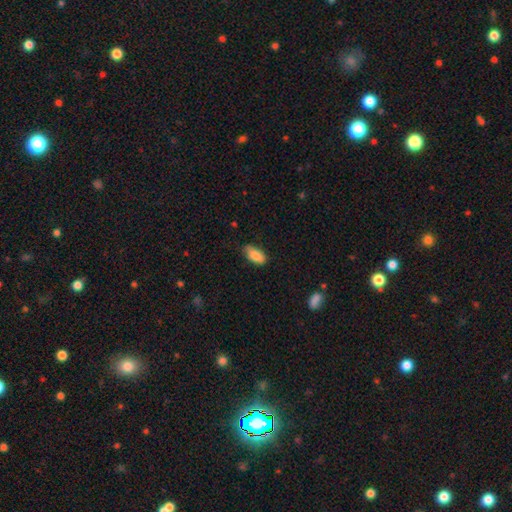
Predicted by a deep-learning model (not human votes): Smooth or featured?
  - smooth: 85% *
  - featured or disk: 8%
  - star or artifact: 7%
How rounded?
  - in between: 89% *
  - cigar-shaped: 9%
  - round: 3%
Merging?
  - none: 69% *
  - minor disturbance: 26%
  - major disturbance: 4%
  - merger: 1%